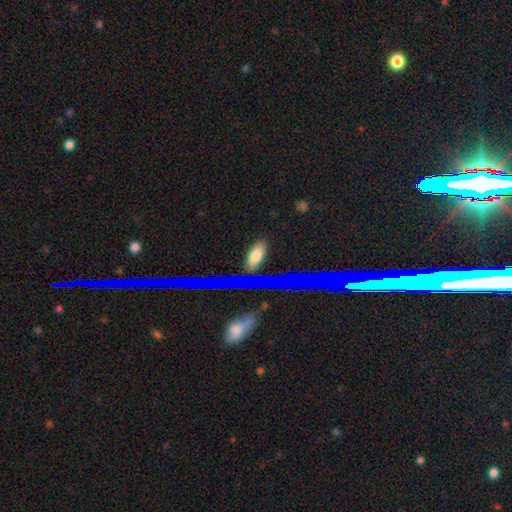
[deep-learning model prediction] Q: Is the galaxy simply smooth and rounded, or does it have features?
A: smooth — 74%.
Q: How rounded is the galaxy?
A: in between — 84%.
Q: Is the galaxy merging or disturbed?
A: none — 85%.